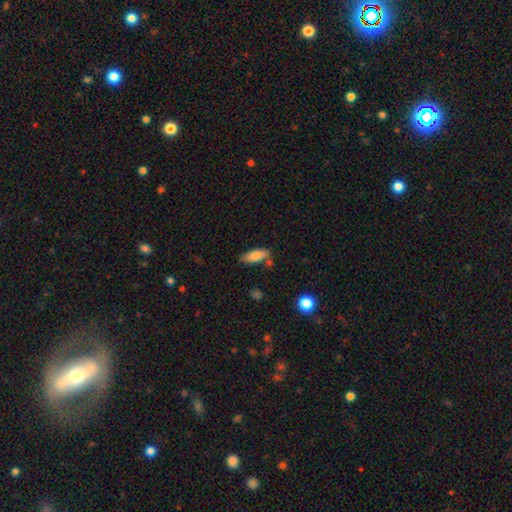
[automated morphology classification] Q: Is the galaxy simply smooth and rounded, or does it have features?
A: smooth — 79%.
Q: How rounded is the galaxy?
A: in between — 73%.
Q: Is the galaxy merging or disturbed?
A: none — 70%.